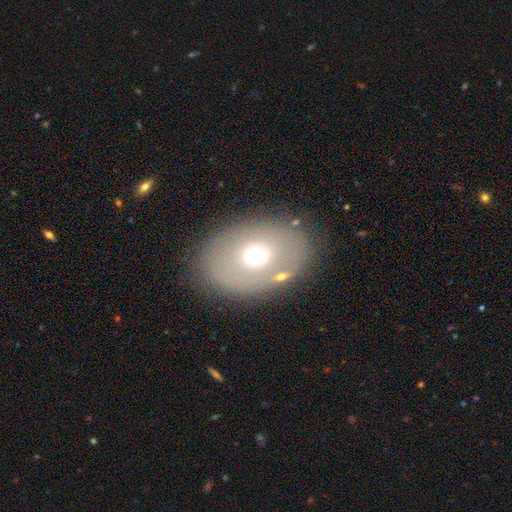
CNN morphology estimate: type=smooth (59%); roundness=in between (74%); merging=none (79%).